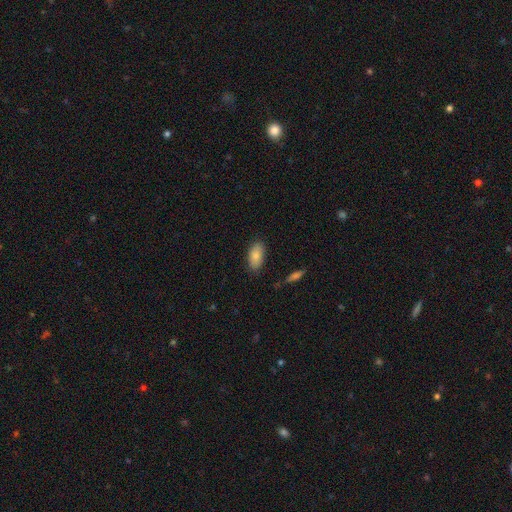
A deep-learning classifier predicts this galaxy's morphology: A smooth galaxy with no disk features (83%) that is in between round and cigar-shaped (93%). Merging: none (83%).